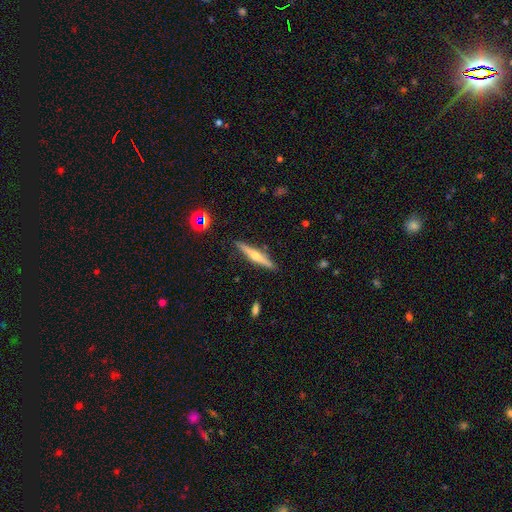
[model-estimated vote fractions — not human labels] Smooth or featured: featured or disk — 64% (smooth — 29%)
Edge-on disk: yes — 97% (no — 3%)
Edge-on bulge: rounded — 88% (none — 7%)
Merging: none — 88% (minor disturbance — 8%)